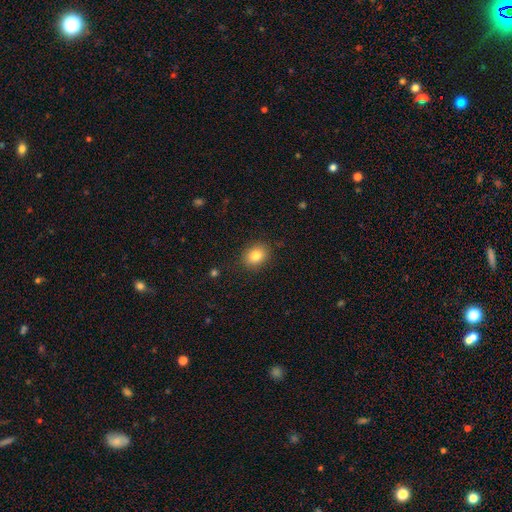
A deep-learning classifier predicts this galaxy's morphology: Smooth or featured?
  - smooth: 82% *
  - star or artifact: 10%
  - featured or disk: 8%
How rounded?
  - in between: 52% *
  - round: 47%
  - cigar-shaped: 1%
Merging?
  - none: 87% *
  - minor disturbance: 9%
  - major disturbance: 3%
  - merger: 1%